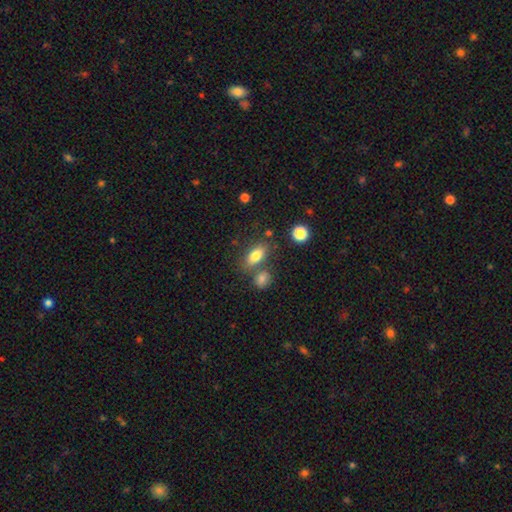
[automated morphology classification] Smooth or featured? smooth (78%)
How rounded? in between (81%)
Merging? none (66%)